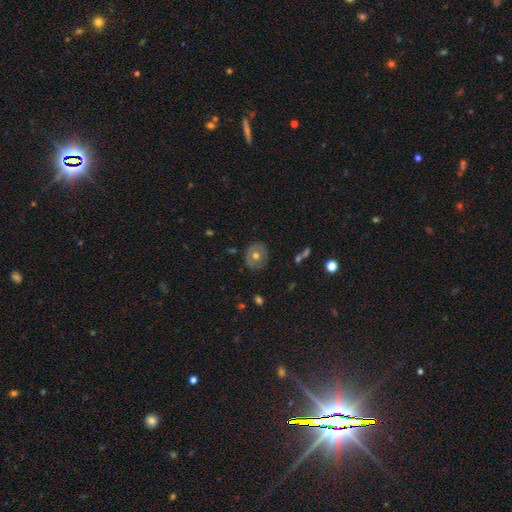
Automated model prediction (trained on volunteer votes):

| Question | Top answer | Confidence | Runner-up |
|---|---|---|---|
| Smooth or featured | smooth | 58% | featured or disk (32%) |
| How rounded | round | 85% | in between (14%) |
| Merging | none | 84% | minor disturbance (12%) |